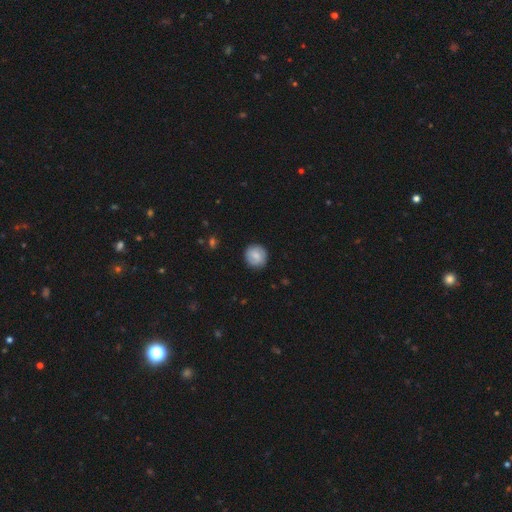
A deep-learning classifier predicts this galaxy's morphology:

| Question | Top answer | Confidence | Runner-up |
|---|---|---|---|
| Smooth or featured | smooth | 72% | featured or disk (21%) |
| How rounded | round | 91% | in between (8%) |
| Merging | none | 87% | minor disturbance (9%) |